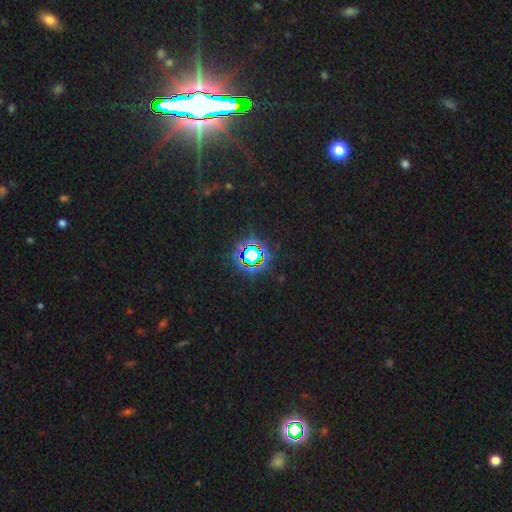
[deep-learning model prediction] This is likely a star or artifact rather than a galaxy (76%).